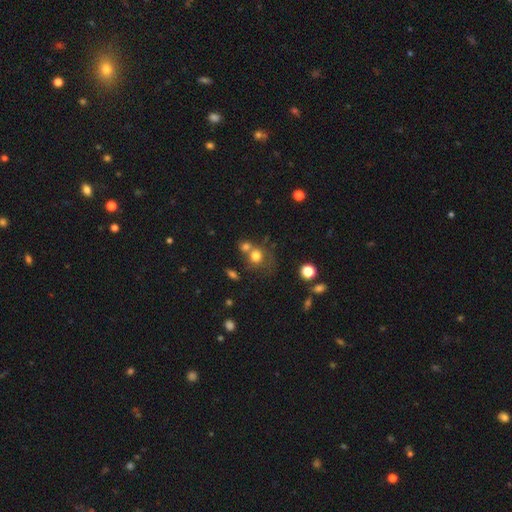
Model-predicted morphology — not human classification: This appears to be a smooth galaxy with no disk features (74%) that is round (79%). Merging: none (43%).